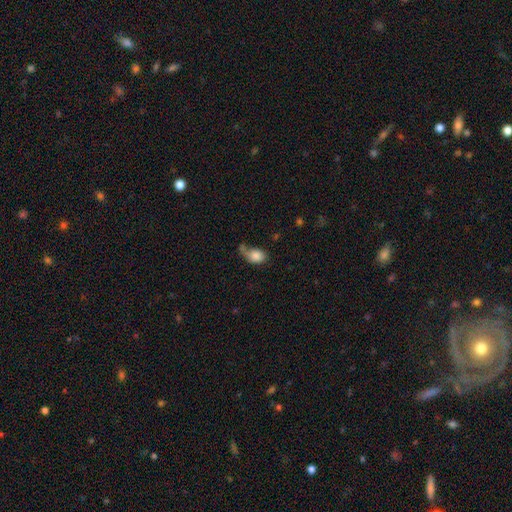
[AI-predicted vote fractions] A smooth galaxy with no disk features (81%) that is in between round and cigar-shaped (74%). Merging: none (34%).